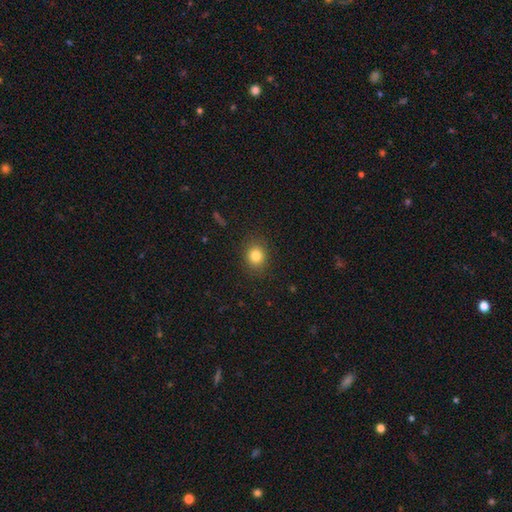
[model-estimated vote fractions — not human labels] Morphology: type=smooth (82%); roundness=round (74%); merging=none (88%).